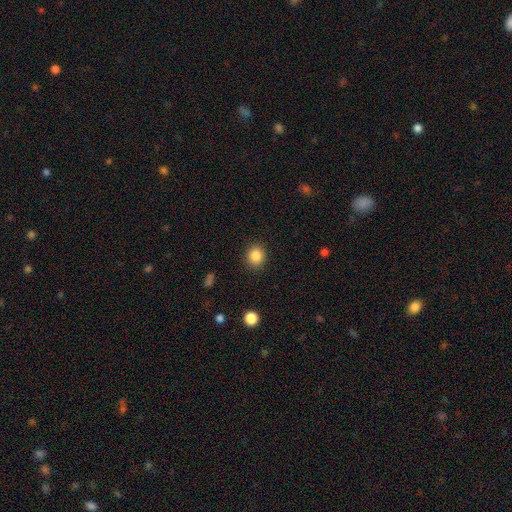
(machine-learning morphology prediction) type=smooth (85%); roundness=round (78%); merging=none (90%).